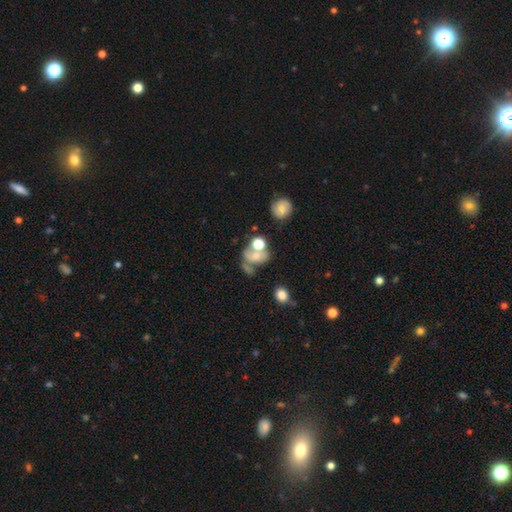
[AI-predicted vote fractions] smooth_or_featured: smooth (p=0.56) [alt: featured or disk p=0.29]
how_rounded: round (p=0.50) [alt: in between p=0.48]
merging: merger (p=0.38) [alt: none p=0.26]